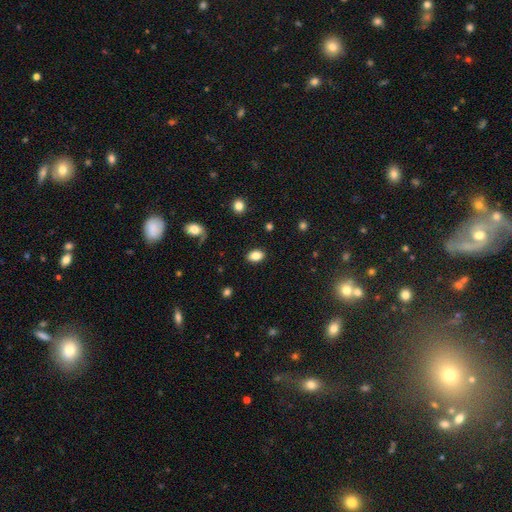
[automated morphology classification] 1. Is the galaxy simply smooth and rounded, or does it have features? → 85% smooth, 8% star or artifact, 7% featured or disk.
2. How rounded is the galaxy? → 85% in between, 13% round, 1% cigar-shaped.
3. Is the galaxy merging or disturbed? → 89% none, 8% minor disturbance, 2% major disturbance, 1% merger.